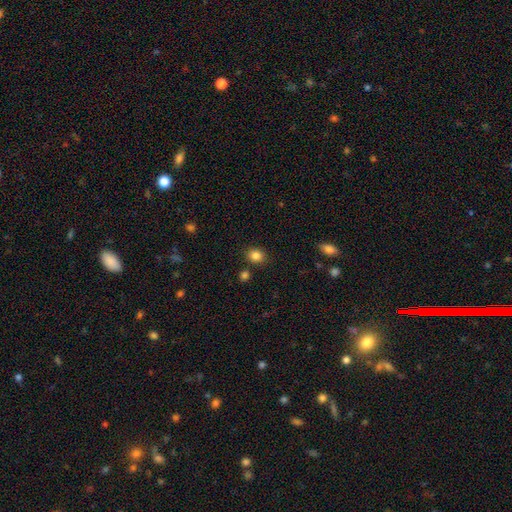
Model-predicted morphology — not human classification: smooth 84%, star or artifact 11%, featured or disk 5%. Down the decision tree: how rounded — round (66%); merging — none (84%).